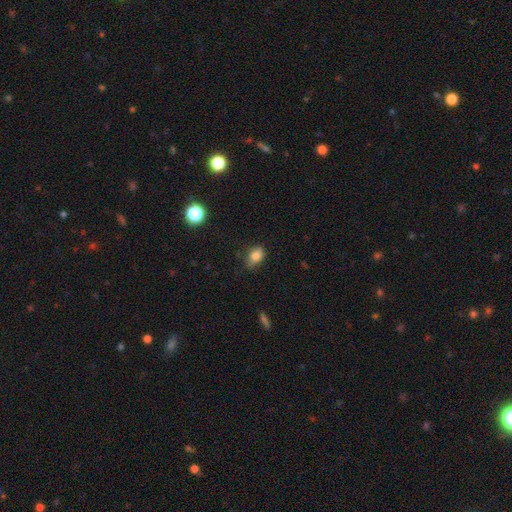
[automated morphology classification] Smooth or featured? Predicted: smooth (p=0.81). How rounded? Predicted: in between (p=0.79). Merging? Predicted: none (p=0.66).